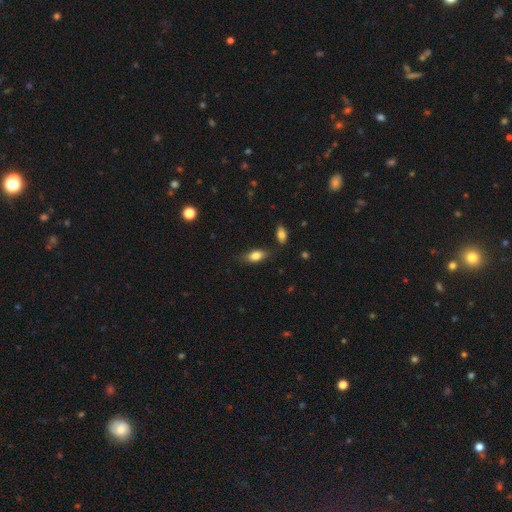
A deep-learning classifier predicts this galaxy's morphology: type=smooth (79%); roundness=in between (83%); merging=none (77%).